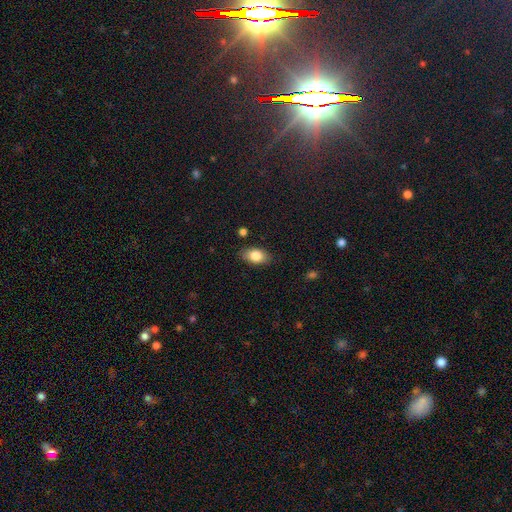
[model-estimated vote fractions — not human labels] smooth 84%, featured or disk 9%, star or artifact 8%. Down the decision tree: how rounded — in between (90%); merging — none (83%).